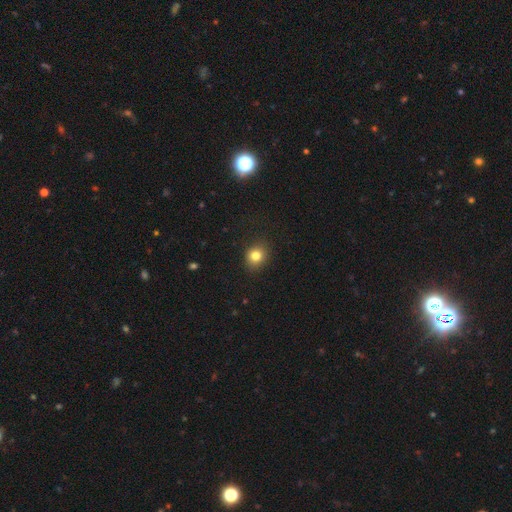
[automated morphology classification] Smooth or featured?
  - smooth: 81% *
  - star or artifact: 12%
  - featured or disk: 7%
How rounded?
  - round: 73% *
  - in between: 26%
  - cigar-shaped: 1%
Merging?
  - none: 87% *
  - minor disturbance: 9%
  - major disturbance: 3%
  - merger: 1%